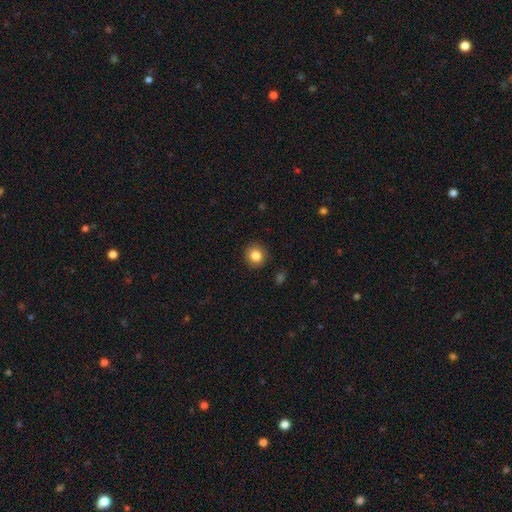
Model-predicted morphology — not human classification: Smooth or featured? smooth (84%)
How rounded? round (86%)
Merging? none (90%)